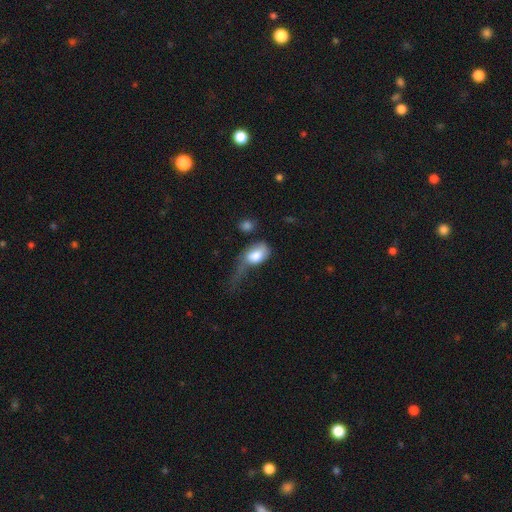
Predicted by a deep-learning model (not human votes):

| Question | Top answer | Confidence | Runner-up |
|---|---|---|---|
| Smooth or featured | smooth | 75% | featured or disk (18%) |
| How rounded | in between | 85% | round (12%) |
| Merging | major disturbance | 55% | minor disturbance (22%) |